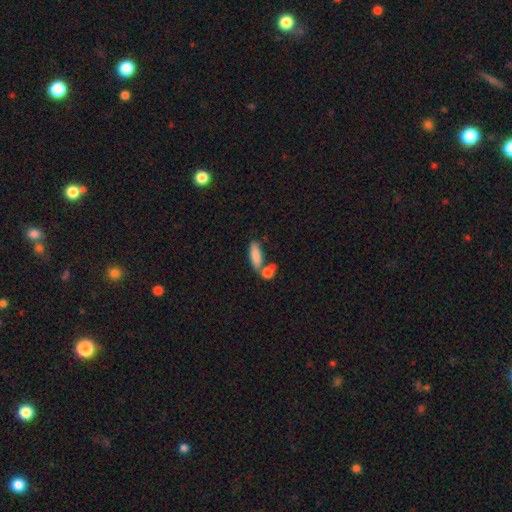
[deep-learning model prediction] Overall: smooth (84%). How rounded: in between (55%; cigar-shaped 41%). Merging: none (54%; merger 29%).